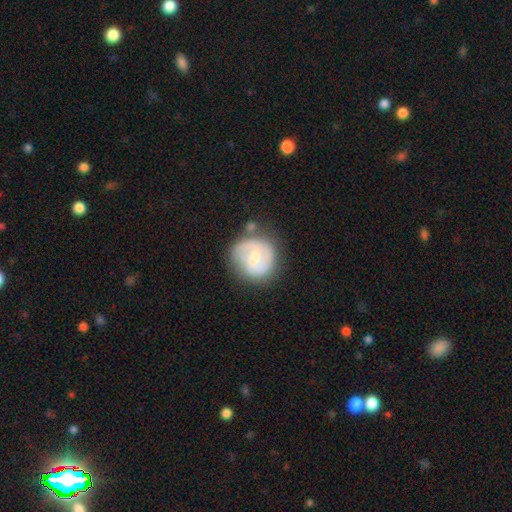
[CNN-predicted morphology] Q: Smooth or featured?
A: featured or disk (63%); runner-up: smooth (31%)
Q: Edge-on disk?
A: no (98%); runner-up: yes (2%)
Q: Bar?
A: weak (55%); runner-up: no (30%)
Q: Spiral arms?
A: yes (79%); runner-up: no (21%)
Q: Bulge size?
A: small (51%); runner-up: moderate (40%)
Q: Merging?
A: none (62%); runner-up: minor disturbance (22%)